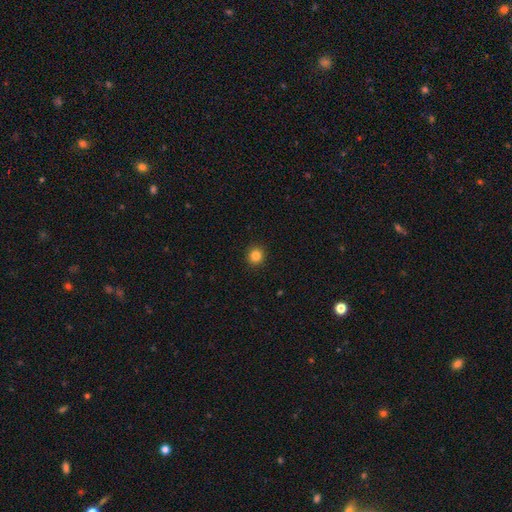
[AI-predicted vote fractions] smooth_or_featured: smooth (p=0.83) [alt: star or artifact p=0.12]
how_rounded: round (p=0.92) [alt: in between p=0.07]
merging: none (p=0.93) [alt: minor disturbance p=0.05]